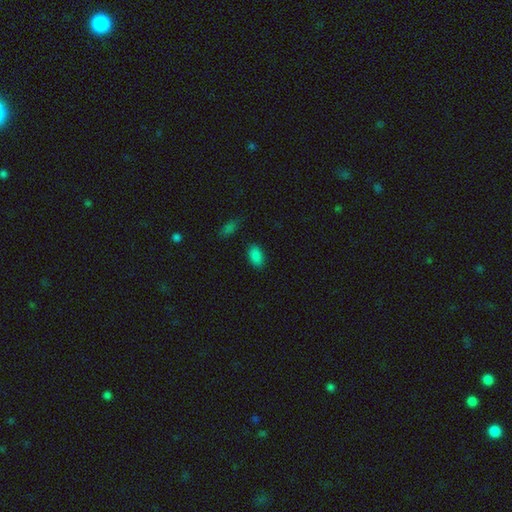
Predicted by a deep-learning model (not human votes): Smooth or featured?
  - smooth: 86% *
  - star or artifact: 11%
  - featured or disk: 3%
How rounded?
  - in between: 93% *
  - round: 5%
  - cigar-shaped: 2%
Merging?
  - none: 86% *
  - minor disturbance: 10%
  - major disturbance: 2%
  - merger: 2%